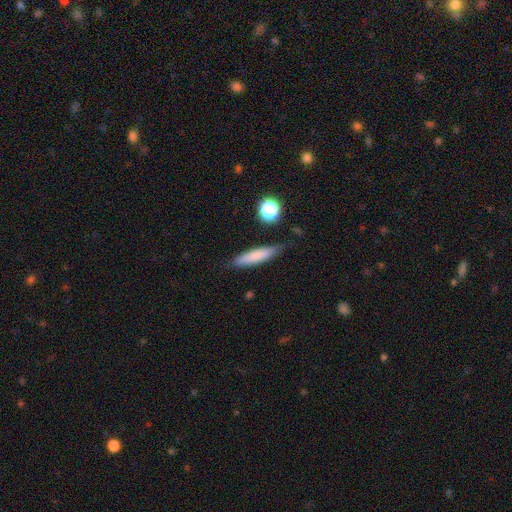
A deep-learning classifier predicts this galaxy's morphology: type=smooth (75%); roundness=cigar-shaped (80%); merging=none (79%).